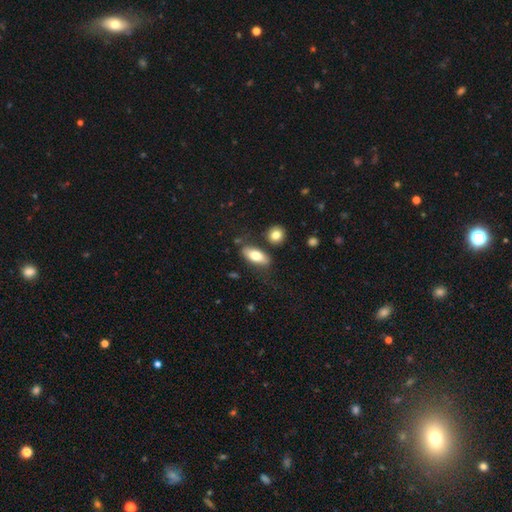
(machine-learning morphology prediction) Q: Smooth or featured?
A: smooth (75%); runner-up: featured or disk (18%)
Q: How rounded?
A: in between (82%); runner-up: cigar-shaped (15%)
Q: Merging?
A: none (72%); runner-up: minor disturbance (15%)